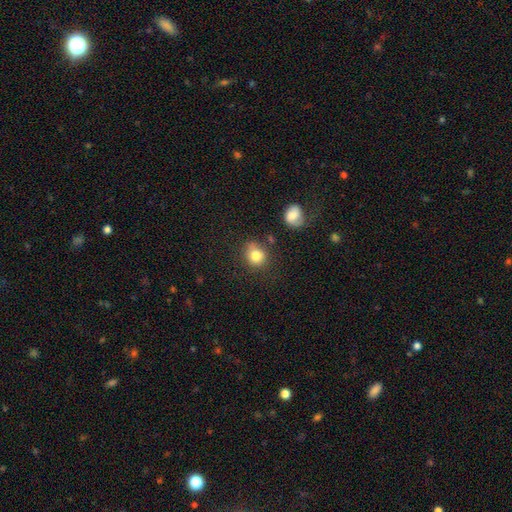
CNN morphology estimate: A smooth galaxy with no disk features (81%) that is round (73%).

Vote fractions:
- Smooth or featured? smooth: 81% / star or artifact: 10% / featured or disk: 9%
- How rounded? round: 73% / in between: 26% / cigar-shaped: 1%
- Merging? none: 66% / minor disturbance: 20% / merger: 8% / major disturbance: 6%